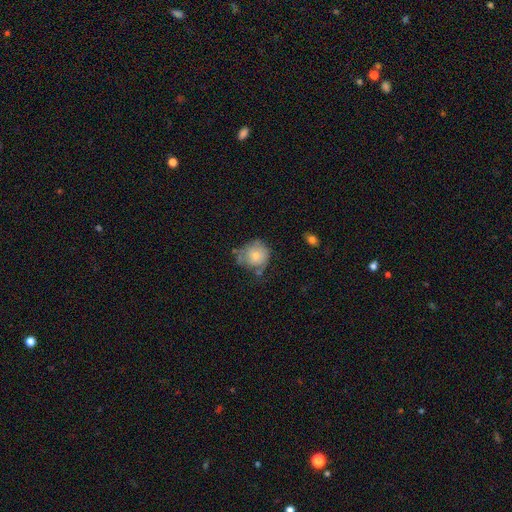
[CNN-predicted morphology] This appears to be a smooth galaxy with no disk features (66%) that is round (79%). Merging: none (43%).